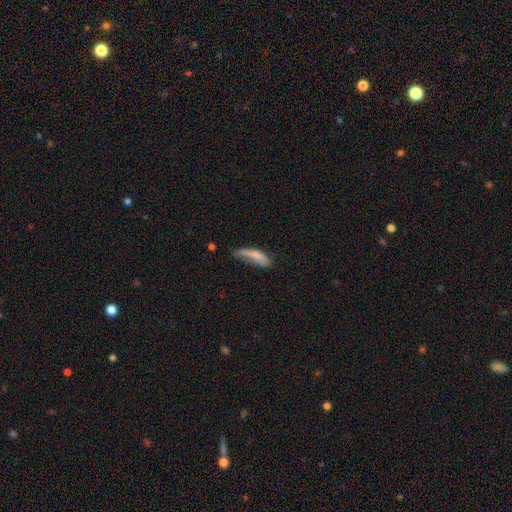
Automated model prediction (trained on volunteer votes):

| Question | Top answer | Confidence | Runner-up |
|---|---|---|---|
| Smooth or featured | smooth | 71% | featured or disk (21%) |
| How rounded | cigar-shaped | 54% | in between (44%) |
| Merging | minor disturbance | 33% | major disturbance (31%) |